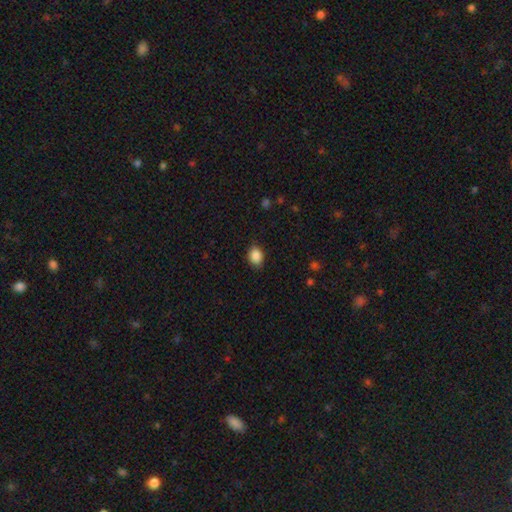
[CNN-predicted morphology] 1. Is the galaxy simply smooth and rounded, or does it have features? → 88% smooth, 8% star or artifact, 4% featured or disk.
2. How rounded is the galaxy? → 62% in between, 37% round, 1% cigar-shaped.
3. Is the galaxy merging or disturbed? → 85% none, 11% minor disturbance, 3% major disturbance, 1% merger.